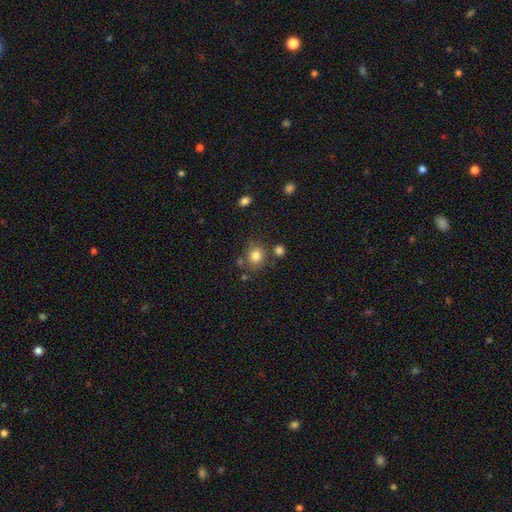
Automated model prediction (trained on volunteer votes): smooth_or_featured: smooth (p=0.81) [alt: star or artifact p=0.12]
how_rounded: round (p=0.73) [alt: in between p=0.26]
merging: none (p=0.73) [alt: minor disturbance p=0.13]